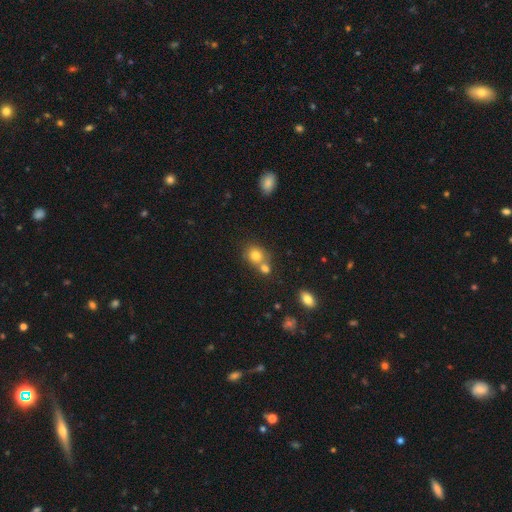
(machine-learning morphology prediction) smooth 78%, star or artifact 12%, featured or disk 10%. Down the decision tree: how rounded — round (75%); merging — none (46%).